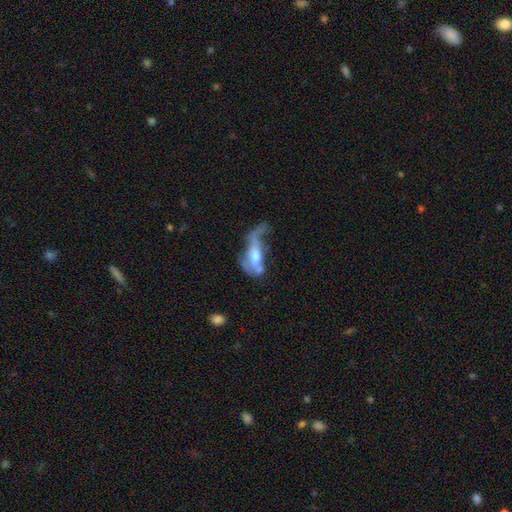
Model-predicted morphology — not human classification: smooth-or-featured: featured or disk: 56% | smooth: 35% | star or artifact: 9%
  disk-edge-on: no: 79% | yes: 21%
  merging: major disturbance: 52% | none: 17% | minor disturbance: 16% | merger: 14%